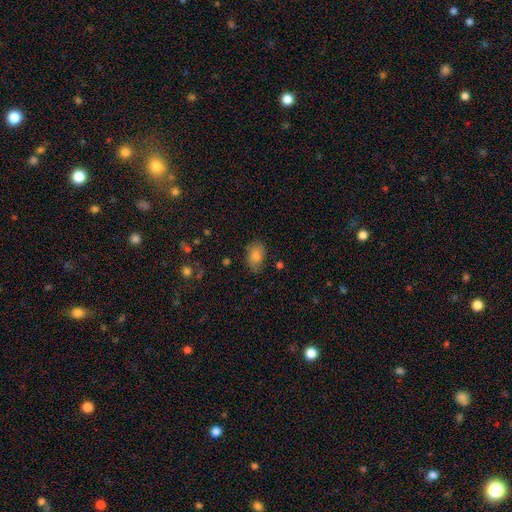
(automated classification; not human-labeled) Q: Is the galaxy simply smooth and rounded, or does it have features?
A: smooth — 80%.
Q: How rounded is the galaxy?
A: in between — 87%.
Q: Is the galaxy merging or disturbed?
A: none — 74%.